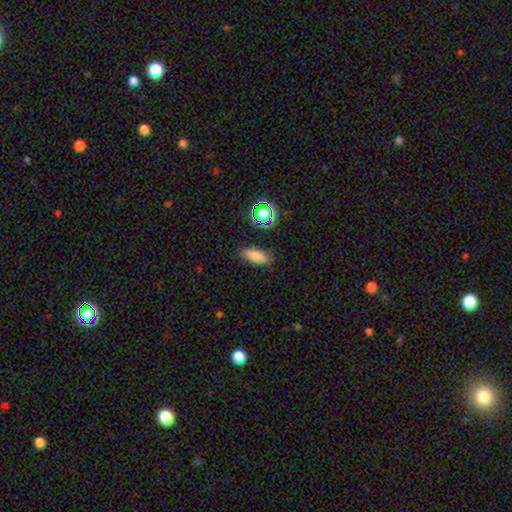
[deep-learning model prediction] smooth-or-featured: smooth: 80% | star or artifact: 12% | featured or disk: 8%
  how-rounded: in between: 77% | cigar-shaped: 19% | round: 4%
  merging: none: 84% | minor disturbance: 11% | major disturbance: 3% | merger: 2%